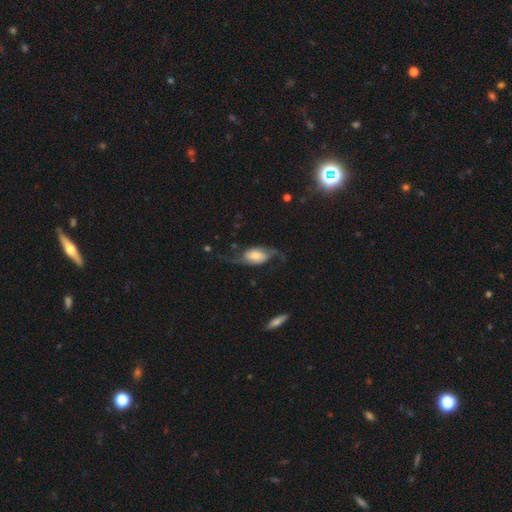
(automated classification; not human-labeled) This appears to be a featured or disk galaxy (71%) with no bar (44%), 2 (91%) loose (78%) spiral arms (92%) and a moderate central bulge (32%). Merging: none (58%).